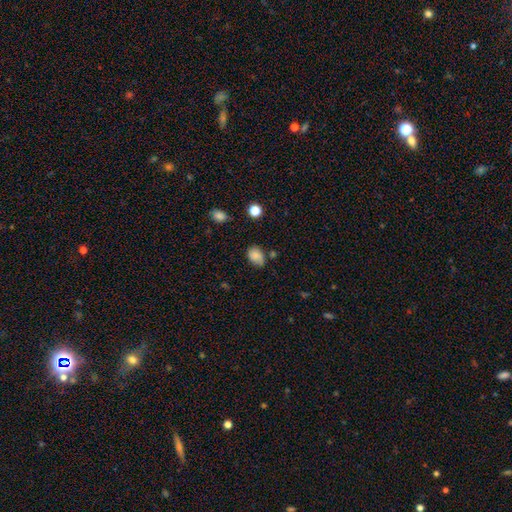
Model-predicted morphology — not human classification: The model was most divided on "merging": none: 59%, minor disturbance: 29%, major disturbance: 7%, merger: 5%. More confident: smooth or featured — smooth (83%); how rounded — in between (72%).